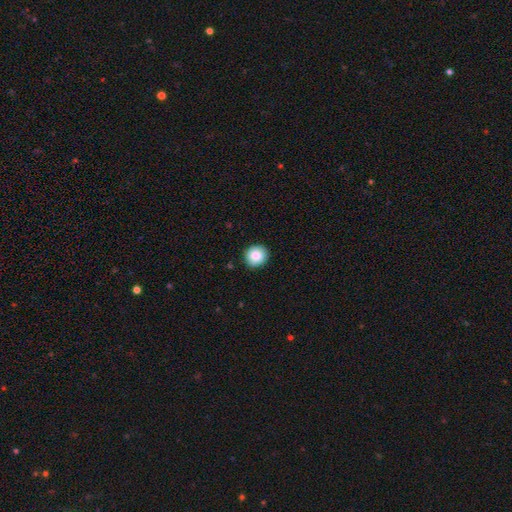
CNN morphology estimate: Q: Smooth or featured?
A: smooth (86%); runner-up: star or artifact (8%)
Q: How rounded?
A: round (88%); runner-up: in between (11%)
Q: Merging?
A: none (90%); runner-up: minor disturbance (7%)